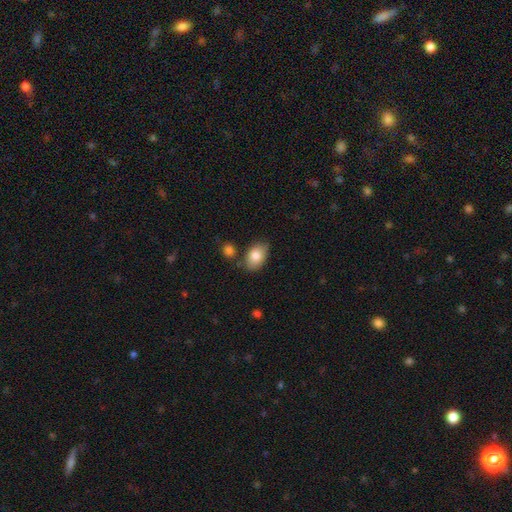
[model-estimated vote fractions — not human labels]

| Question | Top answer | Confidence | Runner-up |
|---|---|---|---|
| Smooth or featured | smooth | 81% | featured or disk (12%) |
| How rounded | in between | 87% | round (12%) |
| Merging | none | 74% | minor disturbance (15%) |